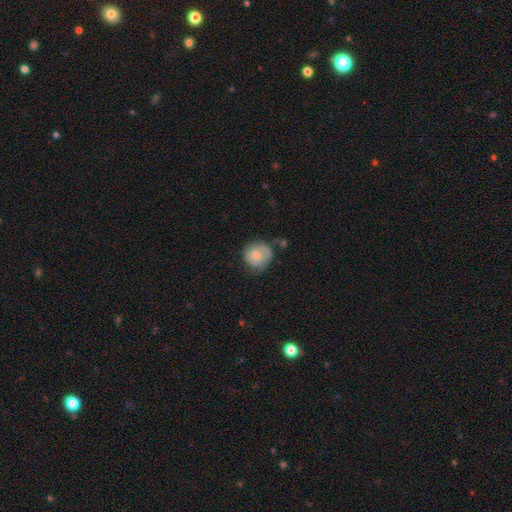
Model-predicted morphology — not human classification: Overall: smooth (62%; featured or disk 31%). How rounded: round (84%). Merging: none (56%; minor disturbance 30%).